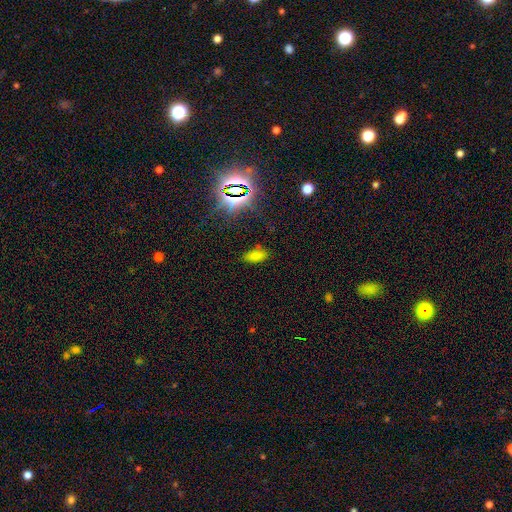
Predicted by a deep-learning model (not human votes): smooth_or_featured: smooth (p=0.69) [alt: star or artifact p=0.25]
how_rounded: in between (p=0.88) [alt: cigar-shaped p=0.08]
merging: none (p=0.78) [alt: minor disturbance p=0.15]